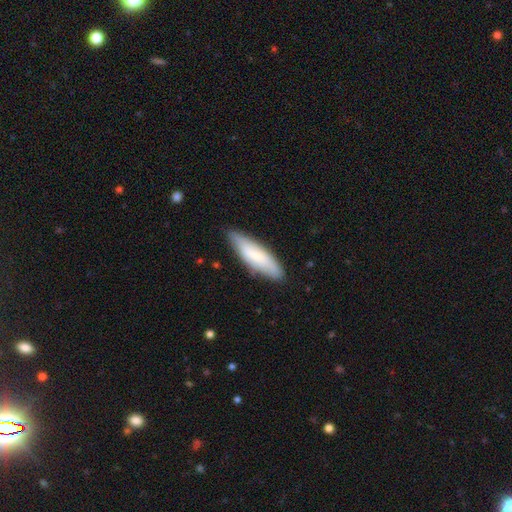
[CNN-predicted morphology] Smooth or featured? smooth (73%)
How rounded? cigar-shaped (57%)
Merging? none (79%)